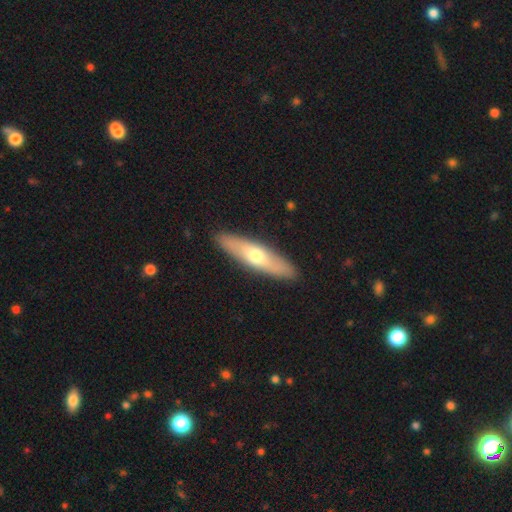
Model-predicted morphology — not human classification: Q: Smooth or featured?
A: smooth (50%); runner-up: featured or disk (45%)
Q: How rounded?
A: cigar-shaped (70%); runner-up: in between (28%)
Q: Merging?
A: none (90%); runner-up: minor disturbance (7%)